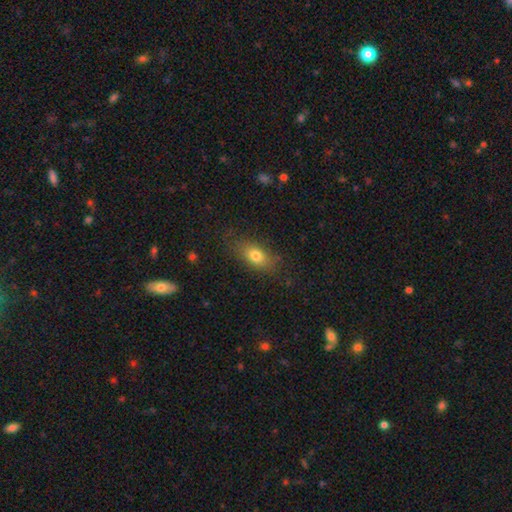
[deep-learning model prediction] Smooth or featured? Predicted: smooth (p=0.76). How rounded? Predicted: in between (p=0.79). Merging? Predicted: none (p=0.78).